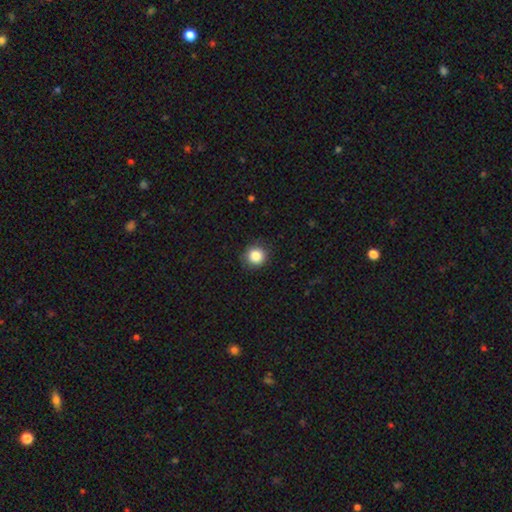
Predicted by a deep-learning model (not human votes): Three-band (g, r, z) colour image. It shows a smooth galaxy with no disk features (86%) that is round (93%). Merging: none (88%).